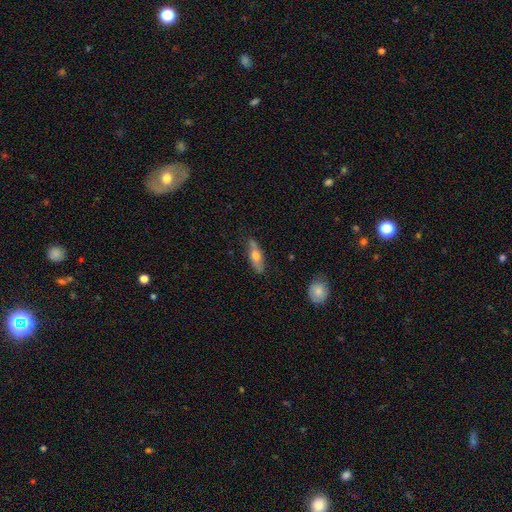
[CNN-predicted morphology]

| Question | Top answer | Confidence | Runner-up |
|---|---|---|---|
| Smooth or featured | smooth | 61% | featured or disk (32%) |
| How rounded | in between | 55% | cigar-shaped (41%) |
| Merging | none | 72% | minor disturbance (20%) |